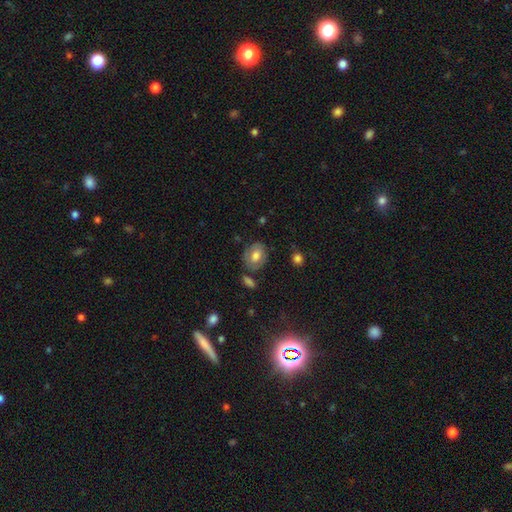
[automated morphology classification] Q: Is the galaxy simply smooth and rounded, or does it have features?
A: smooth — 65%.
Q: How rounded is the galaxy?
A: in between — 60%.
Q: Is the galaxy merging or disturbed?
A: none — 70%.